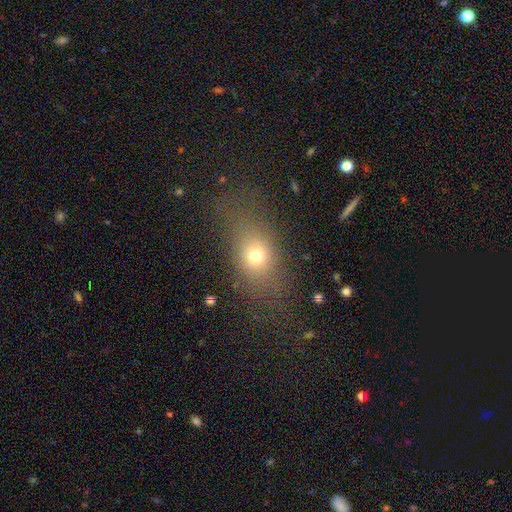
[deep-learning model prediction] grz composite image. It shows a smooth galaxy with no disk features (69%) that is in between round and cigar-shaped (63%). Merging: none (64%).